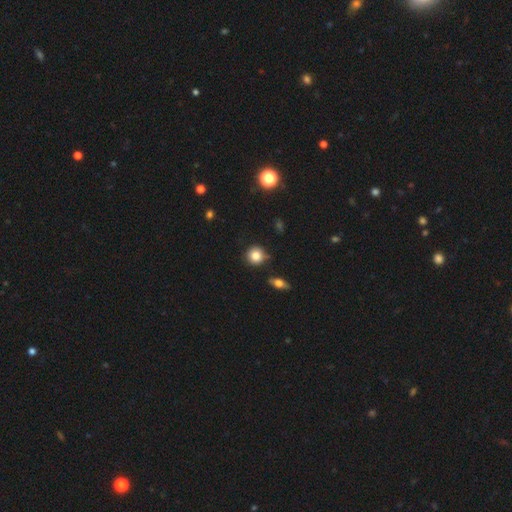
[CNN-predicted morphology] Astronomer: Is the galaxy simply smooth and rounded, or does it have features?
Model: smooth — 81%.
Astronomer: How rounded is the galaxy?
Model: round — 90%.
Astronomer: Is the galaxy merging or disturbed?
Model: none — 80%.